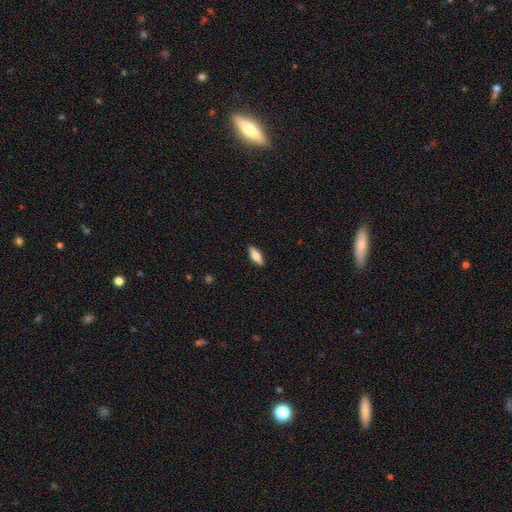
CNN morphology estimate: Overall: smooth (71%). How rounded: in between (67%; cigar-shaped 30%). Merging: none (90%).